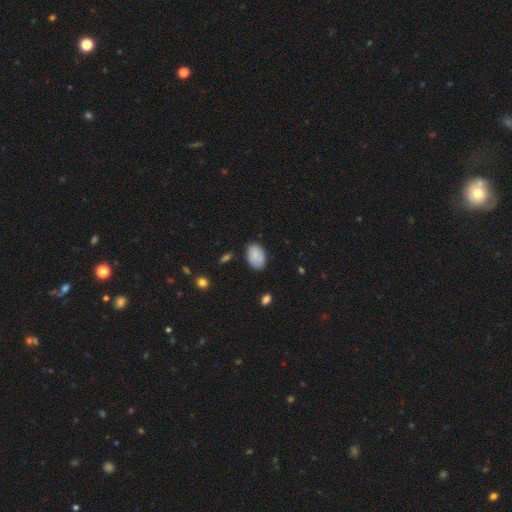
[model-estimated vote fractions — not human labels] smooth-or-featured: smooth: 81% | featured or disk: 11% | star or artifact: 7%
  how-rounded: in between: 87% | round: 12% | cigar-shaped: 1%
  merging: none: 78% | minor disturbance: 16% | major disturbance: 3% | merger: 2%